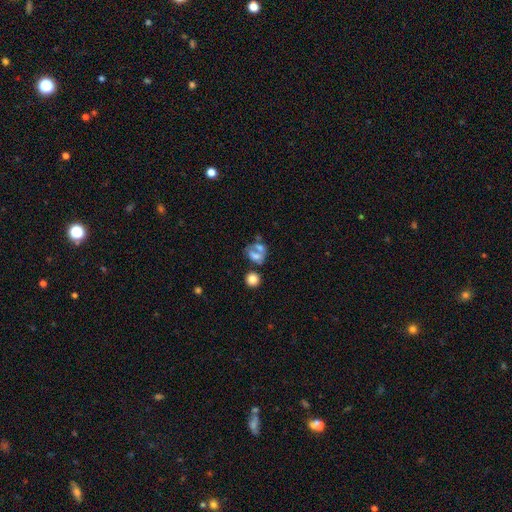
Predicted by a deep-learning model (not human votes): smooth_or_featured: smooth (p=0.52) [alt: featured or disk p=0.35]
how_rounded: in between (p=0.56) [alt: round p=0.42]
merging: merger (p=0.47) [alt: none p=0.27]